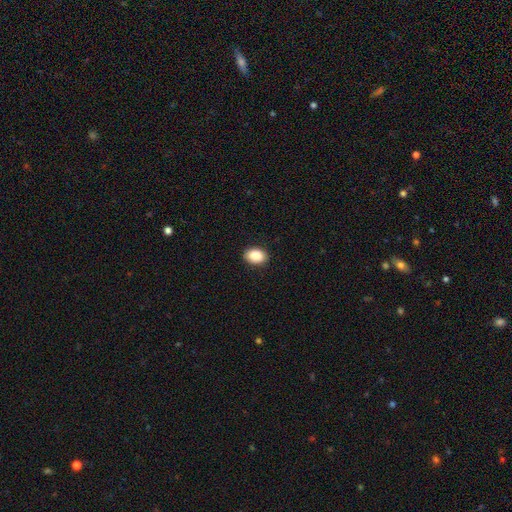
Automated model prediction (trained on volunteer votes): Overall: smooth (90%). How rounded: in between (79%). Merging: none (90%).